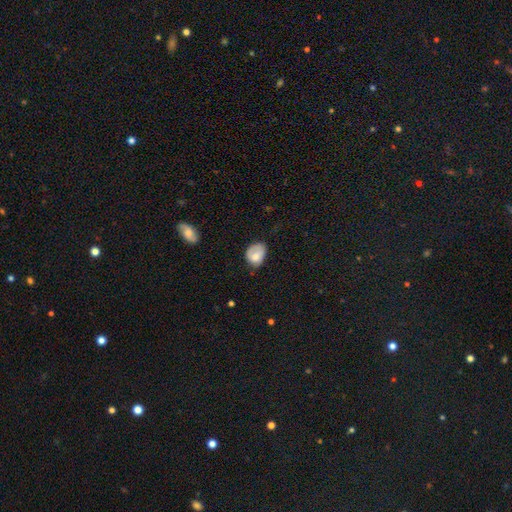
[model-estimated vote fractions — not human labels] A smooth galaxy with no disk features (70%) that is in between round and cigar-shaped (63%). Merging: none (41%).